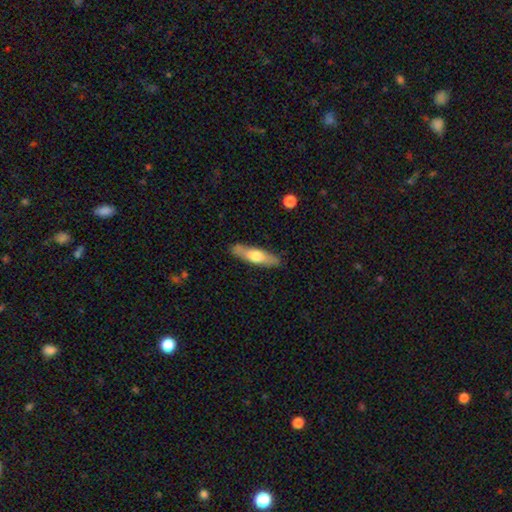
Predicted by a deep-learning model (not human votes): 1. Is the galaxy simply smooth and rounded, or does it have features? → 56% smooth, 38% featured or disk, 5% star or artifact.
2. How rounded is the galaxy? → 69% cigar-shaped, 29% in between, 2% round.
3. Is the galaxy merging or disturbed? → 85% none, 11% minor disturbance, 2% major disturbance, 2% merger.